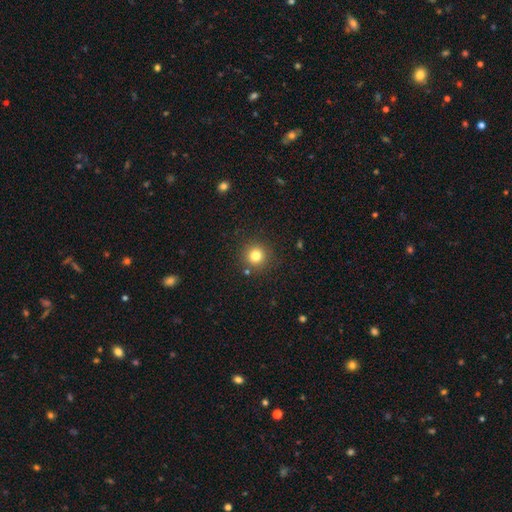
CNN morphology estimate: smooth_or_featured: smooth (p=0.80) [alt: star or artifact p=0.13]
how_rounded: round (p=0.95) [alt: in between p=0.04]
merging: none (p=0.88) [alt: minor disturbance p=0.07]